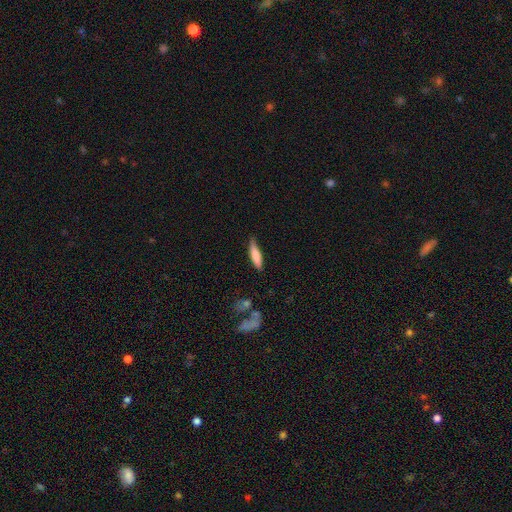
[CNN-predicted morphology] Overall: smooth (79%). How rounded: cigar-shaped (72%). Merging: none (71%).